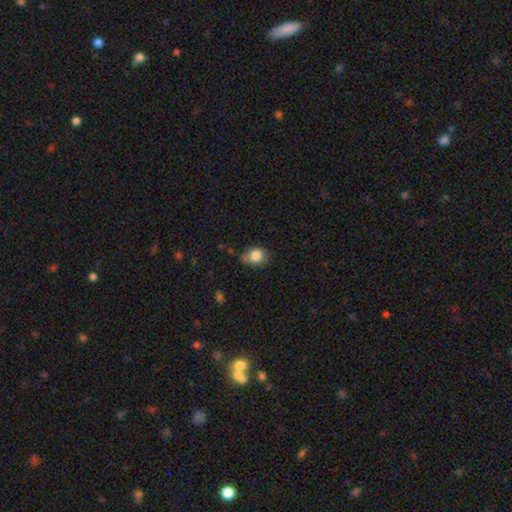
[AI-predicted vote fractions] Smooth or featured? Predicted: smooth (p=0.83). How rounded? Predicted: round (p=0.59). Merging? Predicted: none (p=0.64).